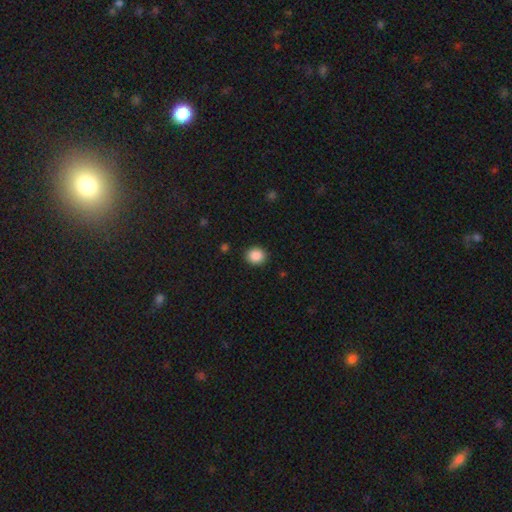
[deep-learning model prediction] smooth-or-featured: smooth: 88% | star or artifact: 9% | featured or disk: 3%
  how-rounded: round: 82% | in between: 17% | cigar-shaped: 1%
  merging: none: 90% | minor disturbance: 7% | major disturbance: 2% | merger: 1%